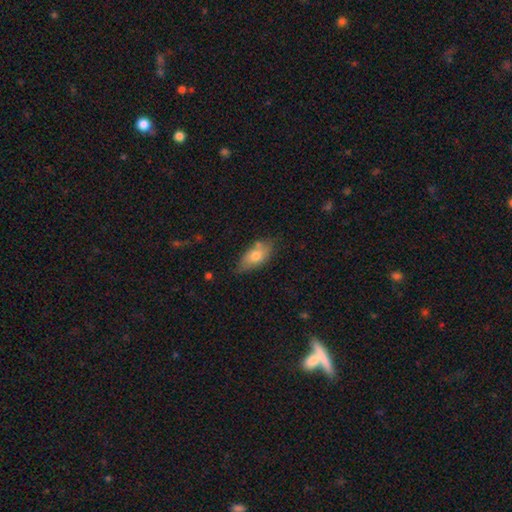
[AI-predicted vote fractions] smooth-or-featured: smooth: 73% | featured or disk: 20% | star or artifact: 7%
  how-rounded: in between: 88% | cigar-shaped: 7% | round: 5%
  merging: none: 65% | minor disturbance: 23% | merger: 7% | major disturbance: 5%